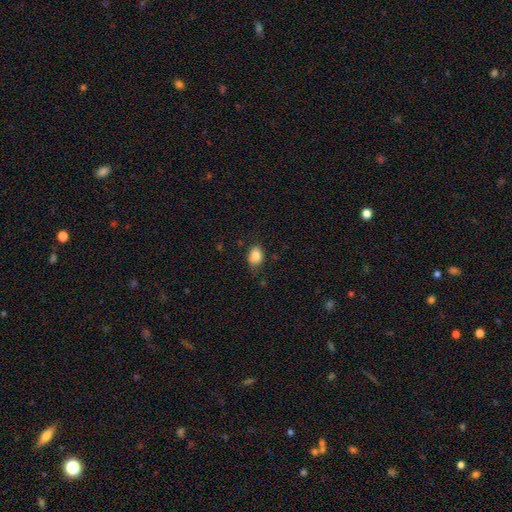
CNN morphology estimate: smooth-or-featured: smooth: 85% | star or artifact: 9% | featured or disk: 7%
  how-rounded: in between: 73% | round: 26% | cigar-shaped: 1%
  merging: none: 74% | minor disturbance: 21% | major disturbance: 4% | merger: 2%